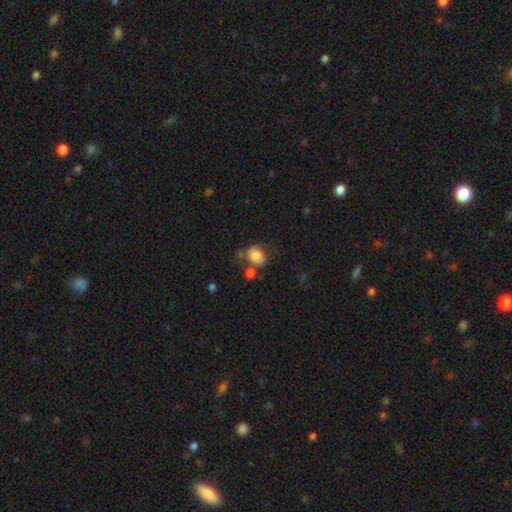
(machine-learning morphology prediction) smooth 73%, featured or disk 17%, star or artifact 10%. Down the decision tree: how rounded — in between (57%); merging — none (43%).